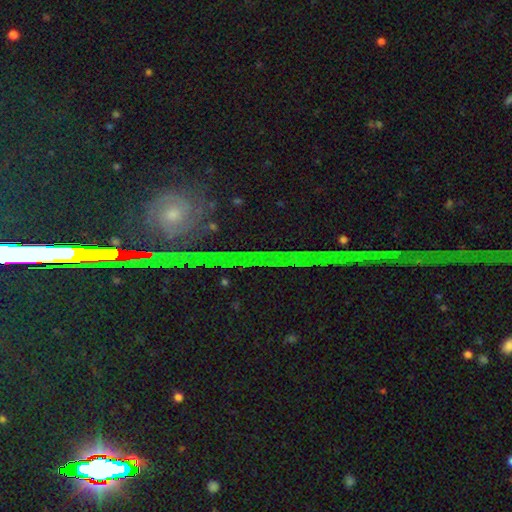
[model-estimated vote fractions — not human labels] A star or artifact, not a galaxy (51%).

Vote fractions:
- Smooth or featured? star or artifact: 51% / featured or disk: 33% / smooth: 17%